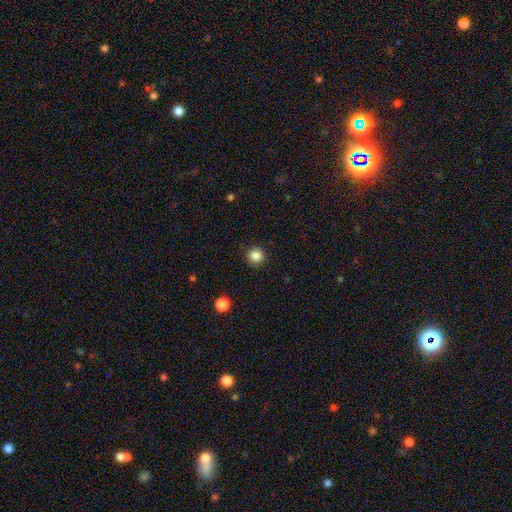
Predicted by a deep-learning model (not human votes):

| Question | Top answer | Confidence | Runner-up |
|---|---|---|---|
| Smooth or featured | smooth | 85% | star or artifact (11%) |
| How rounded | round | 91% | in between (8%) |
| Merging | none | 90% | minor disturbance (7%) |